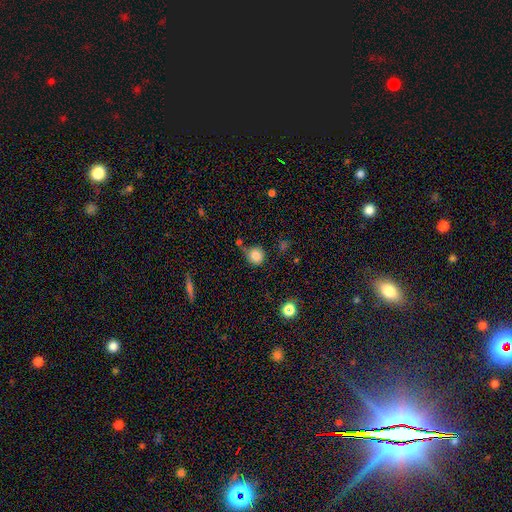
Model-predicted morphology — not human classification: Smooth or featured?
  - smooth: 83% *
  - star or artifact: 11%
  - featured or disk: 6%
How rounded?
  - round: 88% *
  - in between: 11%
  - cigar-shaped: 1%
Merging?
  - none: 67% *
  - minor disturbance: 19%
  - merger: 9%
  - major disturbance: 6%